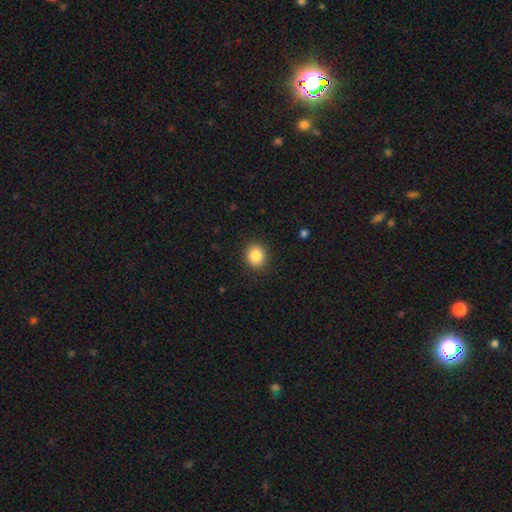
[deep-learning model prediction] This appears to be a smooth galaxy with no disk features (85%) that is round (82%). Merging: none (90%).